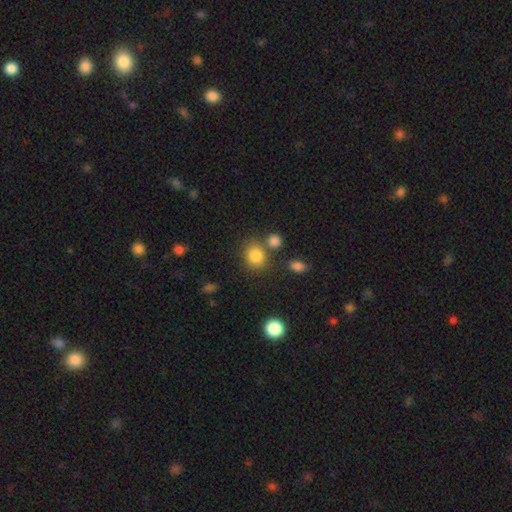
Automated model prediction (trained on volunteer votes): A smooth galaxy with no disk features (83%) that is round (67%). Merging: none (66%).